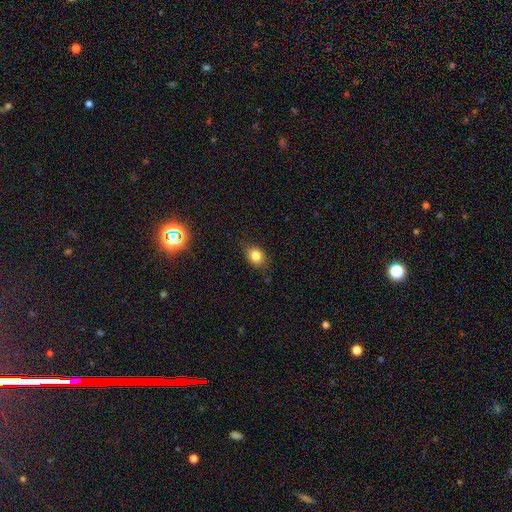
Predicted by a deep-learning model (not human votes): Smooth or featured? smooth (81%)
How rounded? in between (50%)
Merging? none (79%)